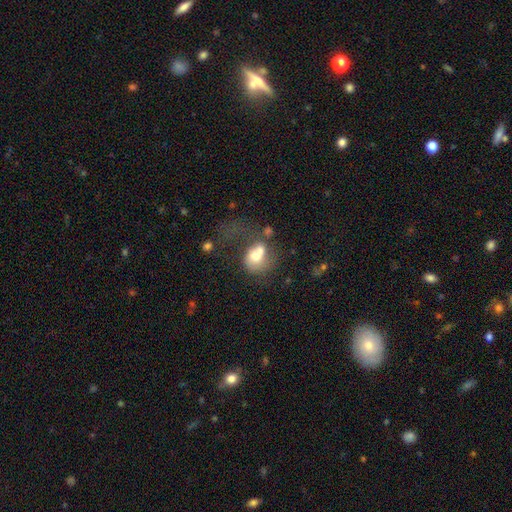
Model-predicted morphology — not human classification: Overall: smooth (58%; featured or disk 32%). How rounded: round (56%; in between 42%). Merging: merger (48%; major disturbance 22%).